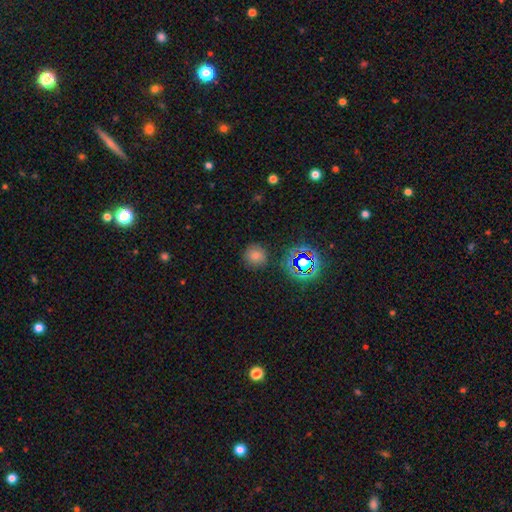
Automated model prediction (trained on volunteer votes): Overall: smooth (72%). How rounded: round (91%). Merging: none (85%).